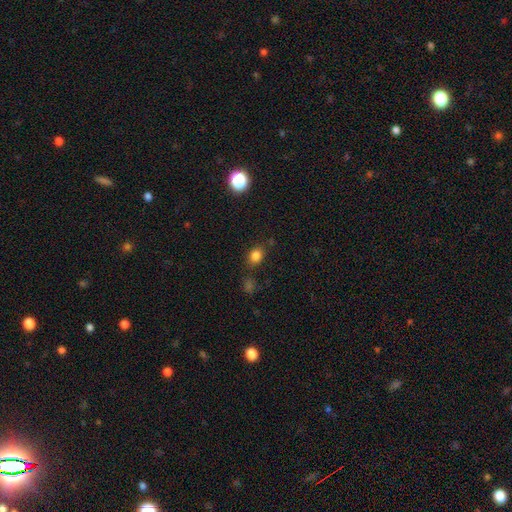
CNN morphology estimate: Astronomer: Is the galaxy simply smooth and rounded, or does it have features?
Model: smooth — 80%.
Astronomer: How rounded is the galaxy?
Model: in between — 49%, tied with round at 49%.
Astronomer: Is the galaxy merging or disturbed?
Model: none — 75%.